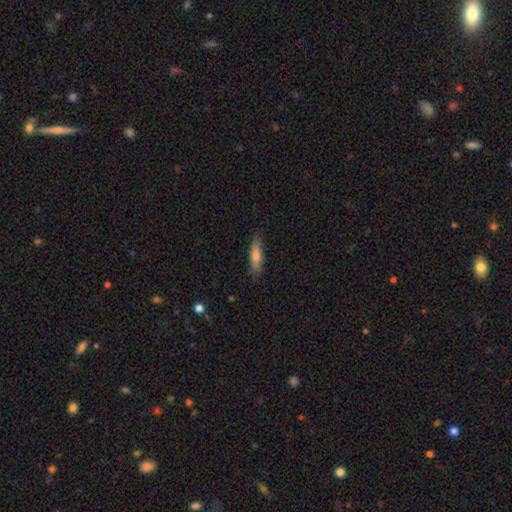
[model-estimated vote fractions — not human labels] A smooth galaxy with no disk features (70%) that is cigar-shaped (73%).

Vote fractions:
- Smooth or featured? smooth: 70% / featured or disk: 23% / star or artifact: 7%
- How rounded? cigar-shaped: 73% / in between: 26% / round: 2%
- Merging? none: 83% / minor disturbance: 13% / major disturbance: 3% / merger: 1%